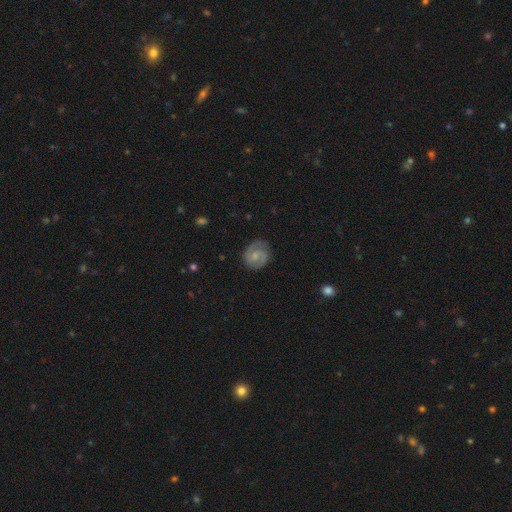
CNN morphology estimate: Q: Smooth or featured?
A: featured or disk (63%); runner-up: smooth (30%)
Q: Edge-on disk?
A: no (98%); runner-up: yes (2%)
Q: Bar?
A: no (61%); runner-up: weak (35%)
Q: Spiral arms?
A: yes (91%); runner-up: no (9%)
Q: Spiral winding?
A: tight (46%); runner-up: medium (41%)
Q: Spiral arm count?
A: 2 (73%); runner-up: can't tell (12%)
Q: Bulge size?
A: small (50%); runner-up: moderate (36%)
Q: Merging?
A: none (76%); runner-up: minor disturbance (17%)